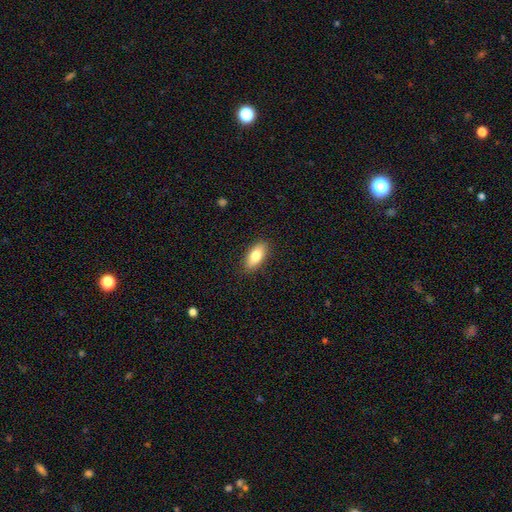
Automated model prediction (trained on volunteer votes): Overall: smooth (82%). How rounded: in between (87%). Merging: none (88%).